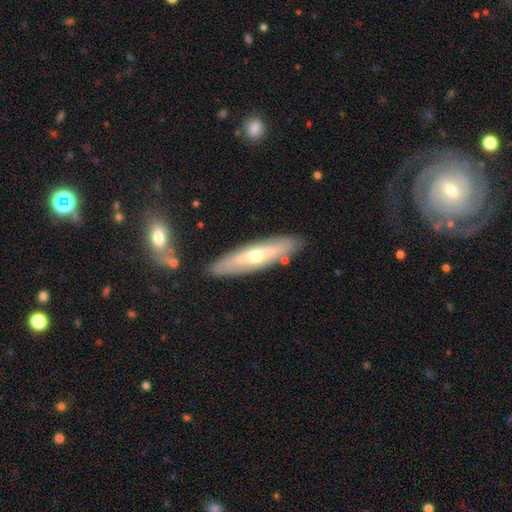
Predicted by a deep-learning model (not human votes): featured or disk 57%, smooth 38%, star or artifact 6%. Down the decision tree: edge-on disk — yes (63%); merging — none (83%).